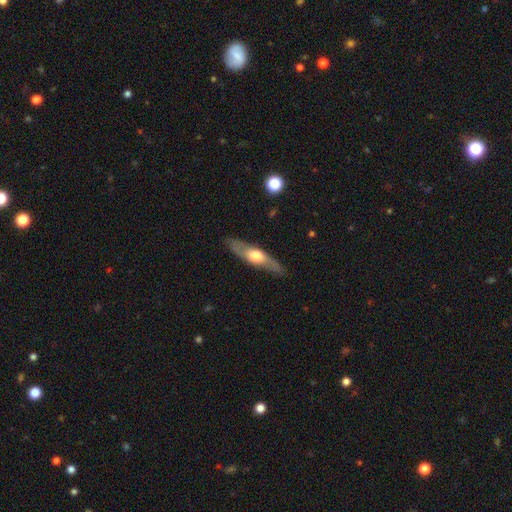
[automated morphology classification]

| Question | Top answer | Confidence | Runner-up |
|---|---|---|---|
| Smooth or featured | featured or disk | 59% | smooth (36%) |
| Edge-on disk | yes | 75% | no (25%) |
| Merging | none | 85% | minor disturbance (11%) |